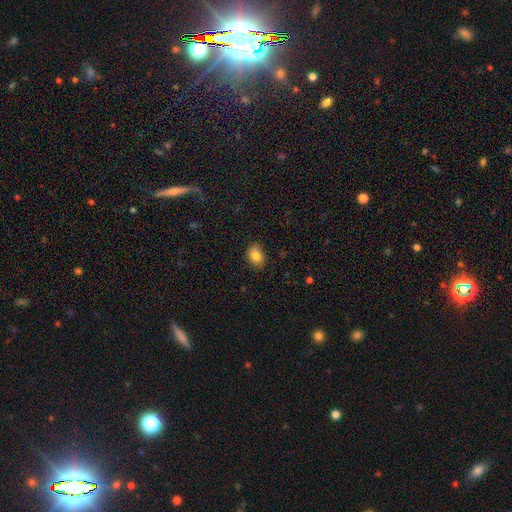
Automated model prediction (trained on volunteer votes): This appears to be a smooth galaxy with no disk features (82%) that is in between round and cigar-shaped (70%). Merging: none (80%).